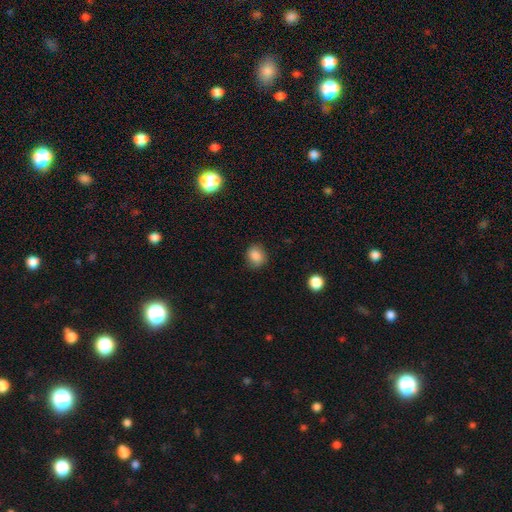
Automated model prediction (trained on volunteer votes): Q: Smooth or featured?
A: smooth (85%); runner-up: star or artifact (10%)
Q: How rounded?
A: round (68%); runner-up: in between (32%)
Q: Merging?
A: none (83%); runner-up: minor disturbance (12%)